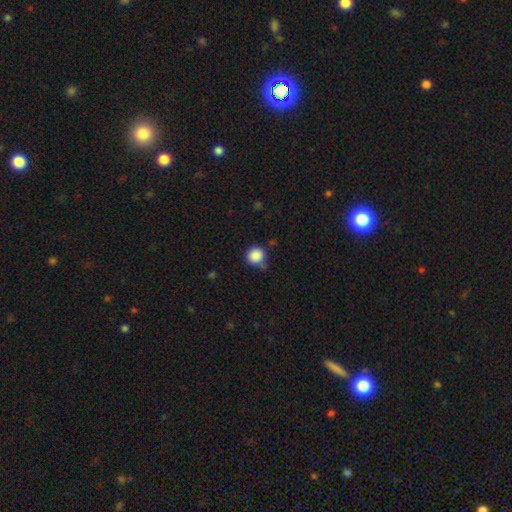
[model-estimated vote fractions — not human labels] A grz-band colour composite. It shows a smooth galaxy with no disk features (87%) that is round (92%). Merging: none (64%).